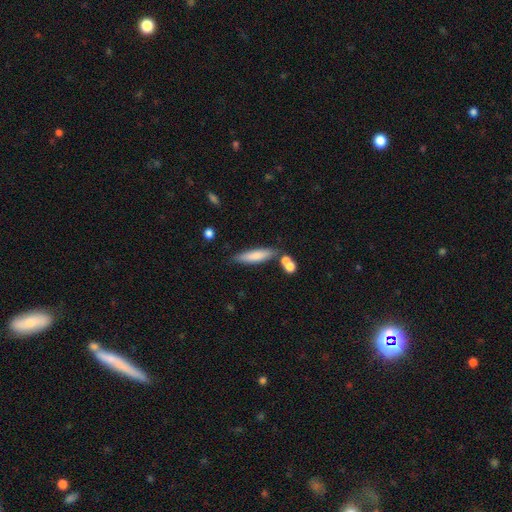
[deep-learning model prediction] The model was most divided on "how rounded": cigar-shaped: 76%, in between: 22%, round: 2%. More confident: merging — none (76%); smooth or featured — smooth (75%).